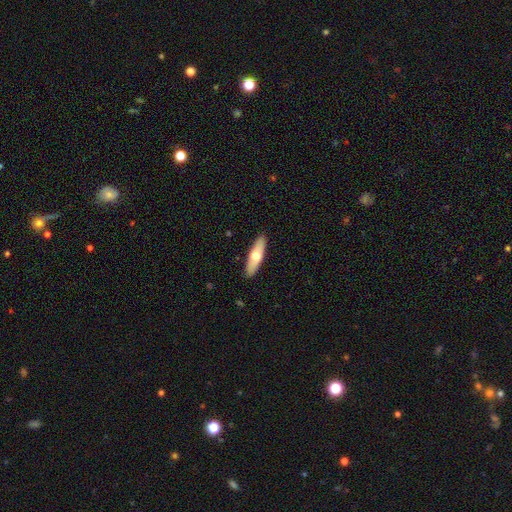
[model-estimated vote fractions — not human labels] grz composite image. It shows a smooth galaxy with no disk features (58%) that is cigar-shaped (59%). Merging: none (90%).